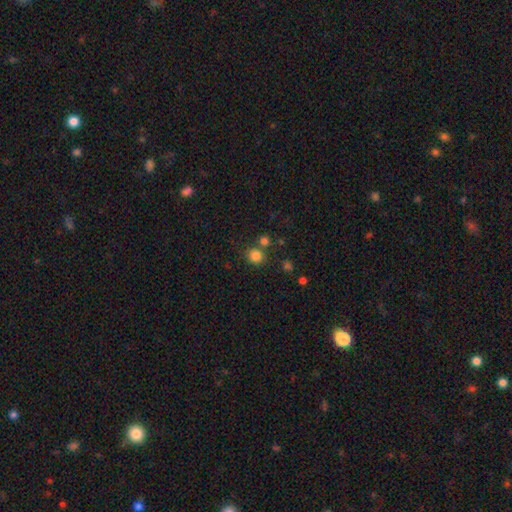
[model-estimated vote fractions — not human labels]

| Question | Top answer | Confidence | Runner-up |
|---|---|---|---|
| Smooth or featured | smooth | 82% | star or artifact (13%) |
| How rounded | round | 88% | in between (12%) |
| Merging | none | 74% | merger (15%) |